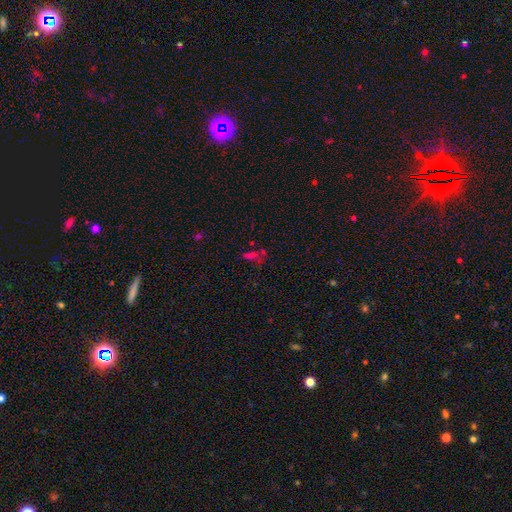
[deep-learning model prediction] Smooth or featured?
  - star or artifact: 46% *
  - smooth: 39%
  - featured or disk: 15%